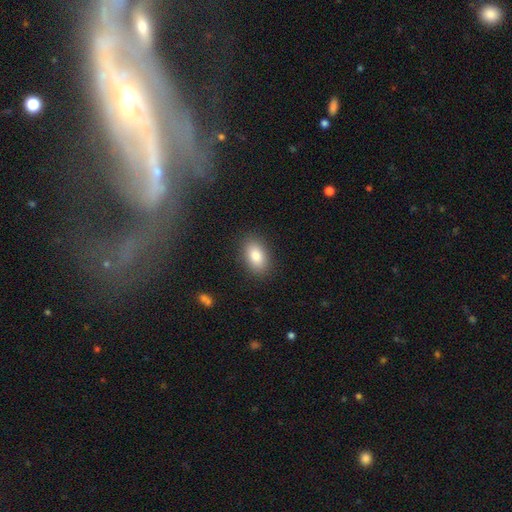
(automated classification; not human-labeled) A smooth galaxy with no disk features (84%) that is in between round and cigar-shaped (90%).

Vote fractions:
- Smooth or featured? smooth: 84% / featured or disk: 8% / star or artifact: 8%
- How rounded? in between: 90% / round: 8% / cigar-shaped: 2%
- Merging? none: 87% / minor disturbance: 9% / major disturbance: 3% / merger: 1%